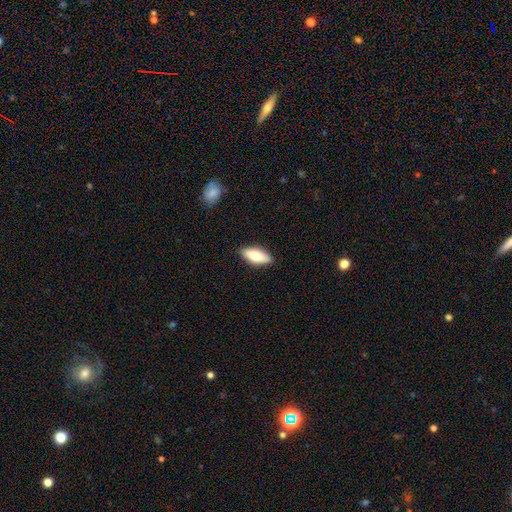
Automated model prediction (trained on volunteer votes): smooth-or-featured: smooth: 77% | featured or disk: 17% | star or artifact: 6%
  how-rounded: in between: 80% | cigar-shaped: 18% | round: 2%
  merging: none: 88% | minor disturbance: 9% | major disturbance: 2% | merger: 1%